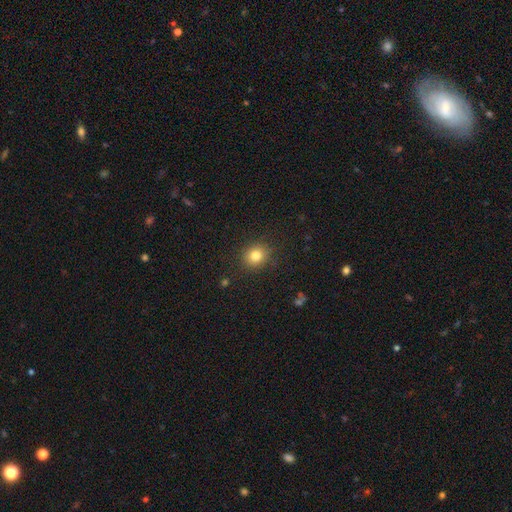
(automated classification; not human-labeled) This is clearly a smooth galaxy (82%). How rounded: likely round (78%). Merging: clearly none (88%).